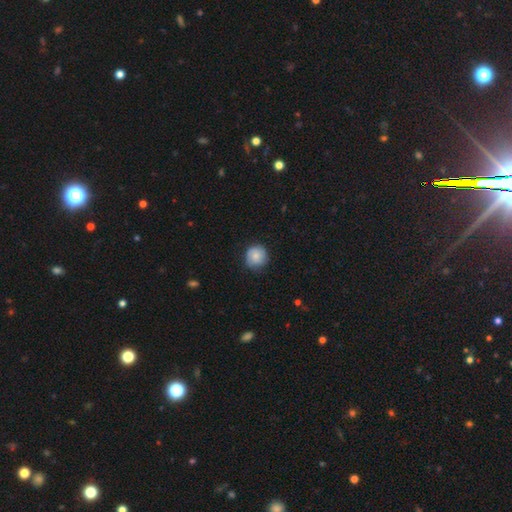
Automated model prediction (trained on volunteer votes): smooth-or-featured: smooth: 72% | featured or disk: 22% | star or artifact: 7%
  how-rounded: round: 92% | in between: 7% | cigar-shaped: 1%
  merging: none: 79% | minor disturbance: 16% | major disturbance: 4% | merger: 1%